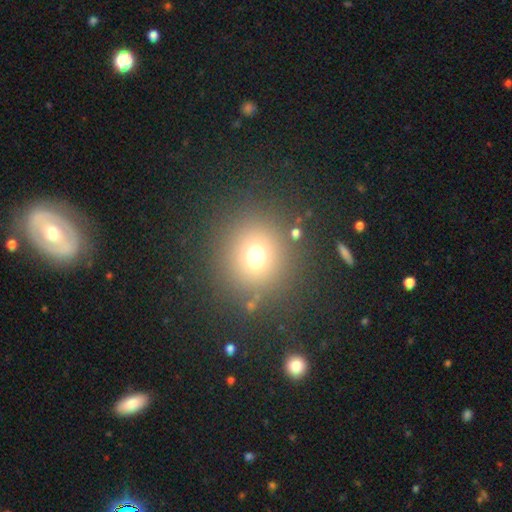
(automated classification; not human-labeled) A smooth galaxy with no disk features (70%) that is round (91%).

Vote fractions:
- Smooth or featured? smooth: 70% / star or artifact: 20% / featured or disk: 10%
- How rounded? round: 91% / in between: 8% / cigar-shaped: 1%
- Merging? none: 85% / minor disturbance: 7% / major disturbance: 4% / merger: 3%